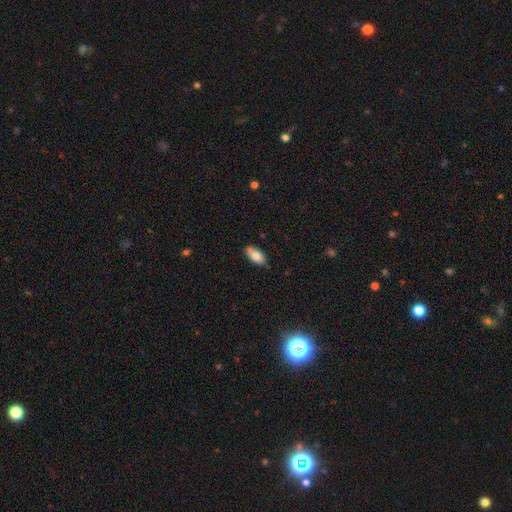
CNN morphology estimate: A smooth galaxy with no disk features (80%) that is in between round and cigar-shaped (90%). Merging: none (75%).